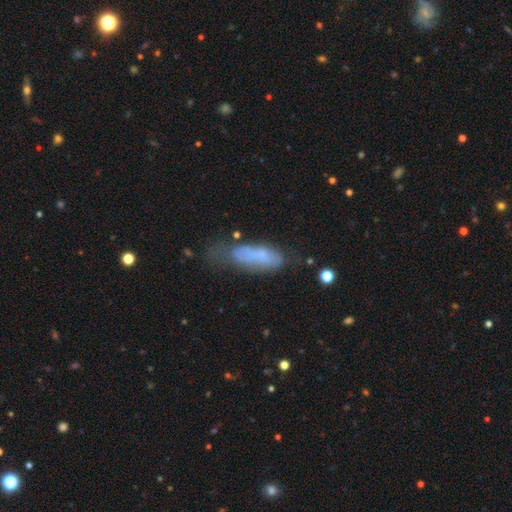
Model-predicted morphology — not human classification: Smooth or featured? Predicted: smooth (p=0.65). How rounded? Predicted: in between (p=0.58). Merging? Predicted: none (p=0.40).